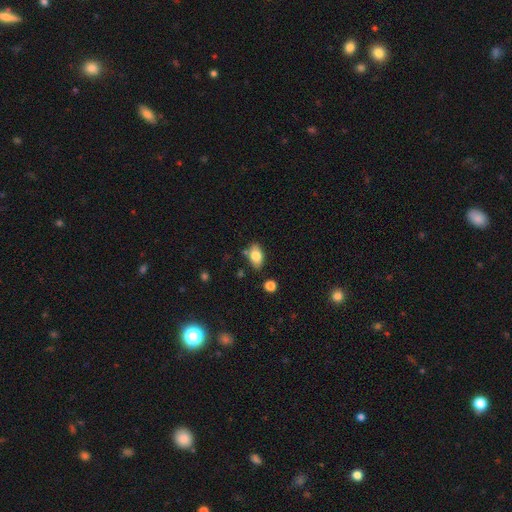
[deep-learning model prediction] smooth 81%, featured or disk 11%, star or artifact 8%. Down the decision tree: how rounded — in between (90%); merging — none (76%).